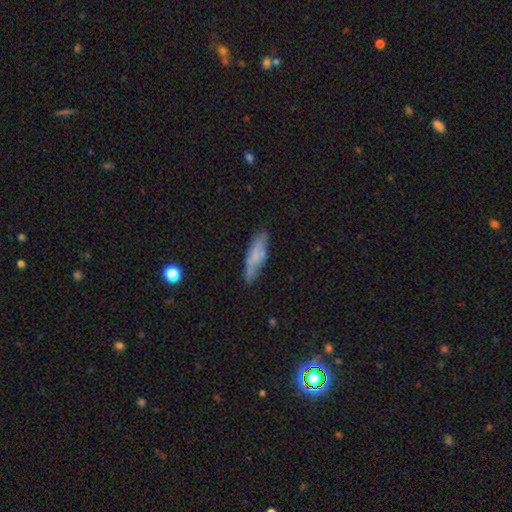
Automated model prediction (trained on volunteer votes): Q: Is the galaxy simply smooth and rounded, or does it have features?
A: smooth — 61%.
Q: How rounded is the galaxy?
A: cigar-shaped — 63%.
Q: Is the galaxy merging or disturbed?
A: none — 75%.